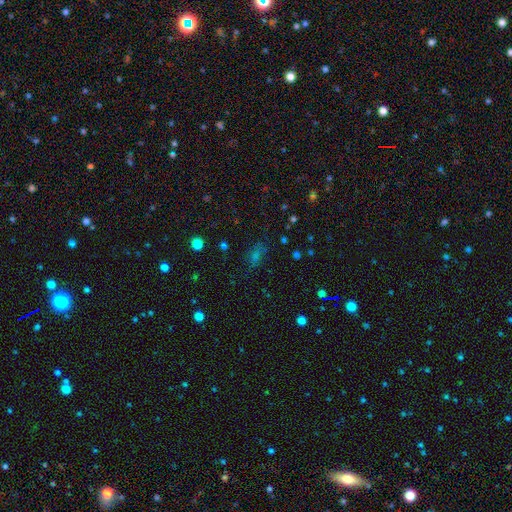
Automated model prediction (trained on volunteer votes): smooth 47%, star or artifact 38%, featured or disk 16%. Down the decision tree: merging — none (68%).